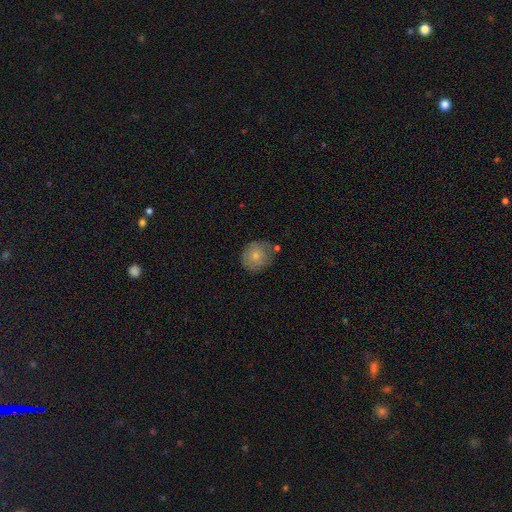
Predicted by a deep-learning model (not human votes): The model was most divided on "merging": none: 63%, minor disturbance: 23%, major disturbance: 7%, merger: 7%. More confident: how rounded — round (84%); smooth or featured — smooth (70%).